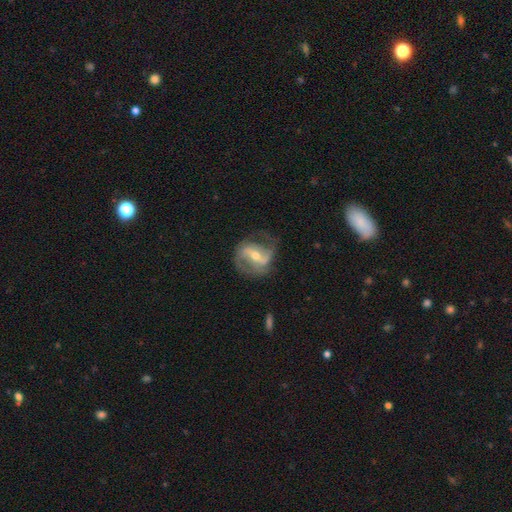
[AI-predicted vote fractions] Smooth or featured? Predicted: featured or disk (p=0.85). Edge-on disk? Predicted: no (p=0.96). Bar? Predicted: strong (p=0.50). Spiral arms? Predicted: yes (p=0.91). Spiral winding? Predicted: medium (p=0.46). Spiral arm count? Predicted: 2 (p=0.84). Bulge size? Predicted: moderate (p=0.55). Merging? Predicted: none (p=0.66).